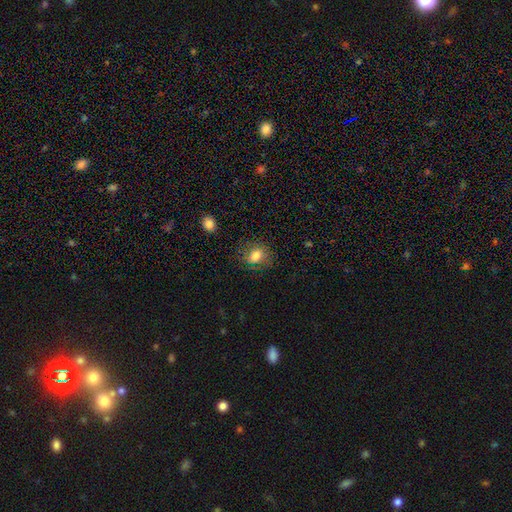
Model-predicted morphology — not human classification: A smooth galaxy with no disk features (77%) that is round (50%).

Vote fractions:
- Smooth or featured? smooth: 77% / featured or disk: 12% / star or artifact: 11%
- How rounded? round: 50% / in between: 49% / cigar-shaped: 1%
- Merging? none: 76% / minor disturbance: 16% / major disturbance: 6% / merger: 1%